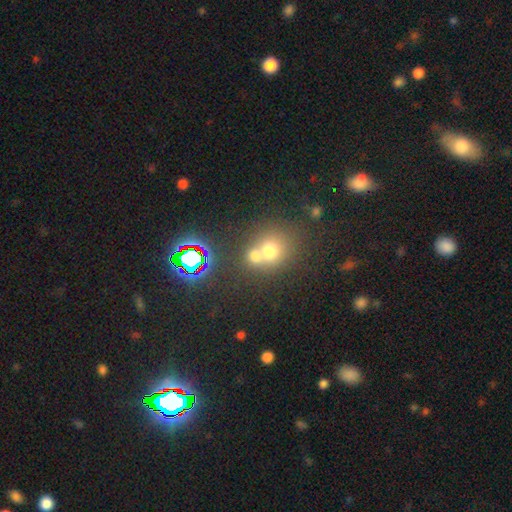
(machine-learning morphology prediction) Smooth or featured? Predicted: smooth (p=0.67). How rounded? Predicted: round (p=0.77). Merging? Predicted: merger (p=0.56).